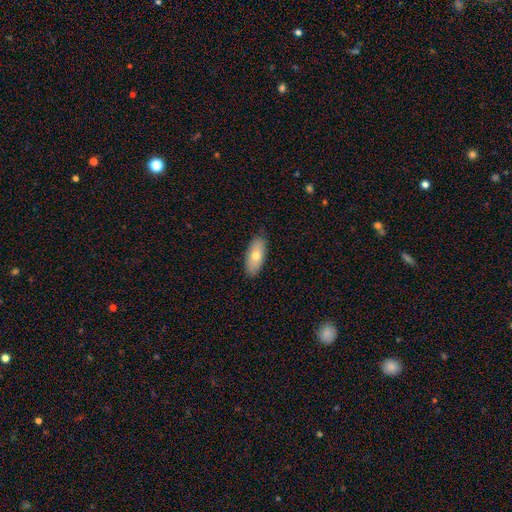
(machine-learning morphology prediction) Q: Smooth or featured?
A: smooth (70%); runner-up: featured or disk (24%)
Q: How rounded?
A: in between (86%); runner-up: cigar-shaped (11%)
Q: Merging?
A: none (87%); runner-up: minor disturbance (10%)